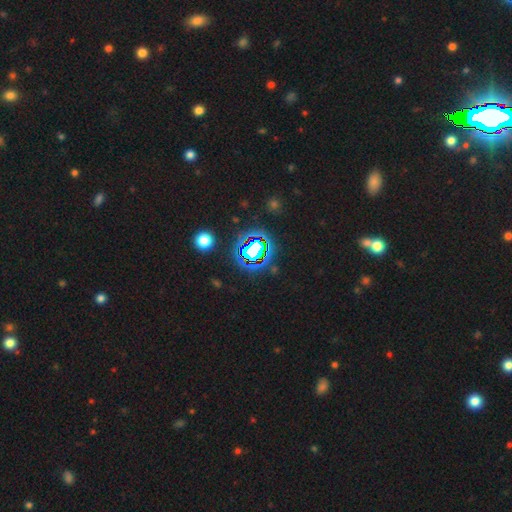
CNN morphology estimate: Smooth or featured? Predicted: star or artifact (p=0.80).